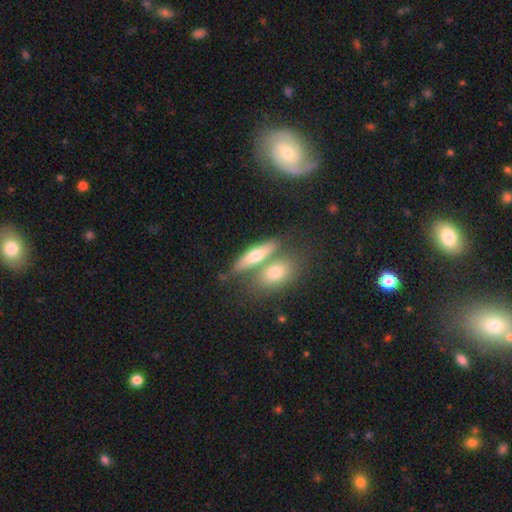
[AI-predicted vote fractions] smooth_or_featured: smooth (p=0.59) [alt: featured or disk p=0.34]
how_rounded: in between (p=0.47) [alt: cigar-shaped p=0.46]
merging: none (p=0.49) [alt: merger p=0.35]